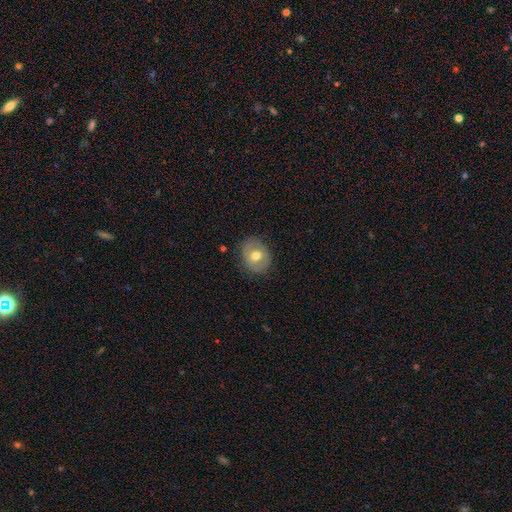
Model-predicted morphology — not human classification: Q: Smooth or featured?
A: smooth (63%); runner-up: featured or disk (29%)
Q: How rounded?
A: round (63%); runner-up: in between (36%)
Q: Merging?
A: none (81%); runner-up: minor disturbance (14%)